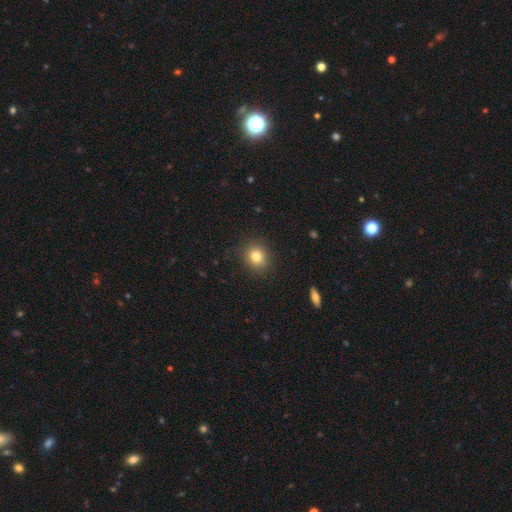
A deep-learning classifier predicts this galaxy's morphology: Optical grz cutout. It shows a smooth galaxy with no disk features (82%) that is round (76%). Merging: none (88%).